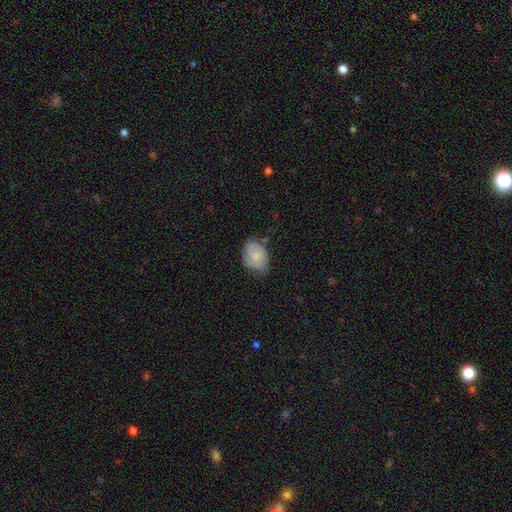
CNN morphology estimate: Smooth or featured? Predicted: smooth (p=0.71). How rounded? Predicted: in between (p=0.72). Merging? Predicted: none (p=0.54).